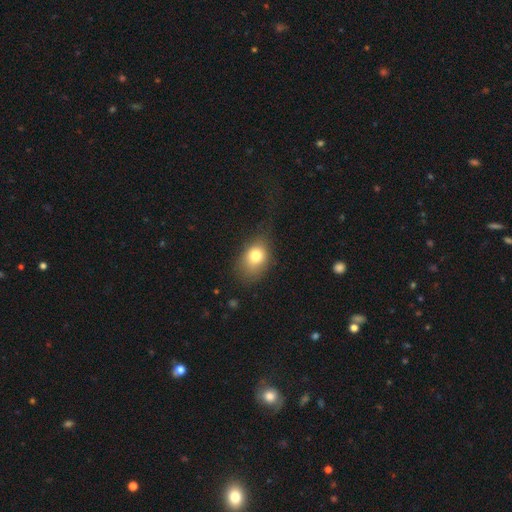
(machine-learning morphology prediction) Q: Smooth or featured?
A: smooth (77%); runner-up: featured or disk (13%)
Q: How rounded?
A: in between (71%); runner-up: round (27%)
Q: Merging?
A: none (59%); runner-up: minor disturbance (26%)